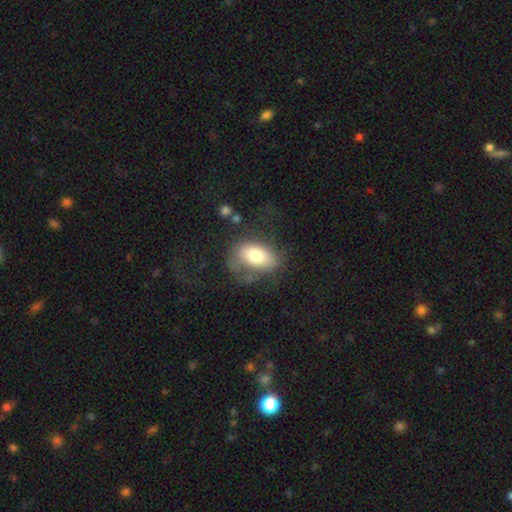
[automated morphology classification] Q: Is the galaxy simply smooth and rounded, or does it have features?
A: smooth — 71%.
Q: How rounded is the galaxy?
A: in between — 89%.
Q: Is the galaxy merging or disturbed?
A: none — 44%.